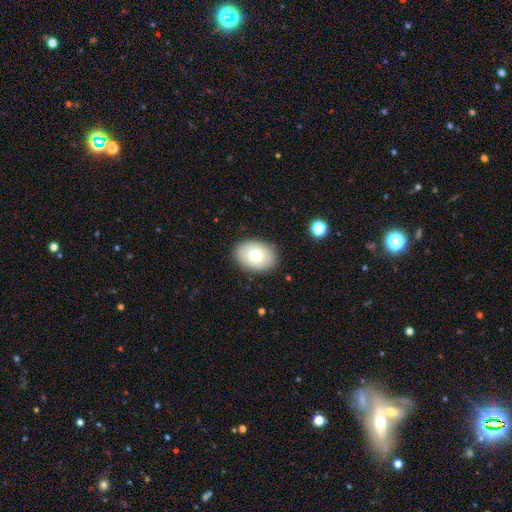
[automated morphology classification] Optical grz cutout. It shows a smooth galaxy with no disk features (72%) that is in between round and cigar-shaped (77%). Merging: none (88%).